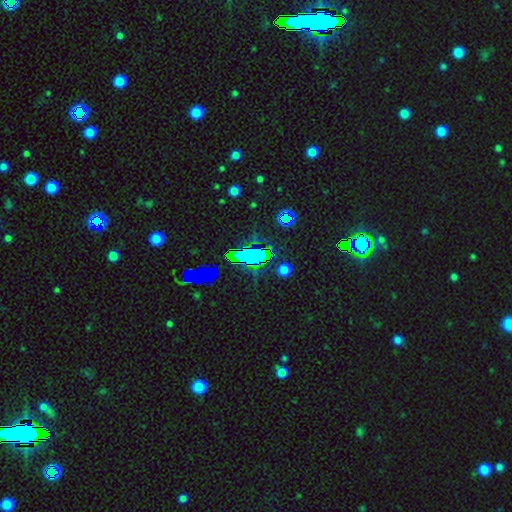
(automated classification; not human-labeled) The model was most divided on "smooth or featured": star or artifact: 62%, smooth: 27%, featured or disk: 11%.